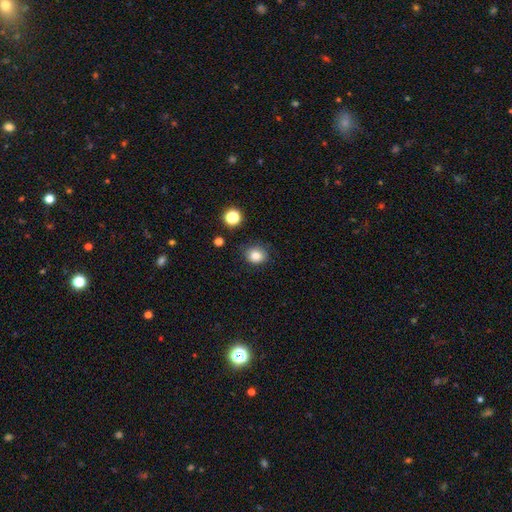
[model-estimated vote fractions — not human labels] smooth-or-featured: smooth: 83% | star or artifact: 11% | featured or disk: 5%
  how-rounded: round: 67% | in between: 32% | cigar-shaped: 1%
  merging: none: 76% | minor disturbance: 17% | major disturbance: 4% | merger: 2%